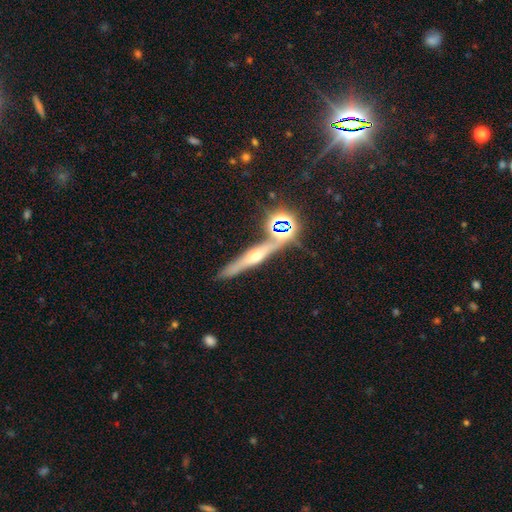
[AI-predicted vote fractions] Smooth or featured?
  - featured or disk: 57% *
  - star or artifact: 23%
  - smooth: 20%
Edge-on disk?
  - yes: 93% *
  - no: 7%
Edge-on bulge?
  - rounded: 89% *
  - none: 6%
  - boxy: 5%
Merging?
  - none: 81% *
  - minor disturbance: 9%
  - merger: 7%
  - major disturbance: 3%